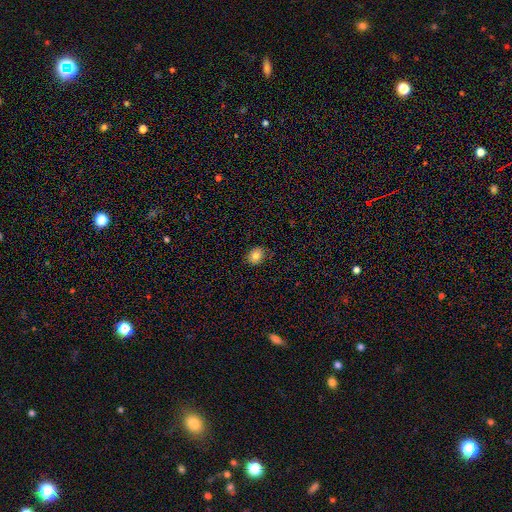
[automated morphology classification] The model was most divided on "how rounded": round: 57%, in between: 43%, cigar-shaped: 1%. More confident: merging — none (85%); smooth or featured — smooth (81%).